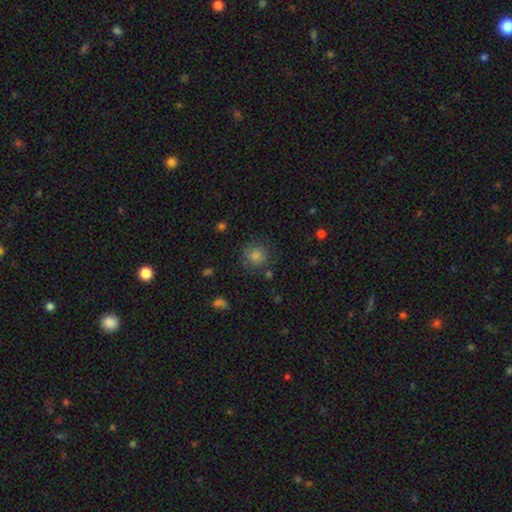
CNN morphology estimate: Smooth or featured?
  - smooth: 76% *
  - star or artifact: 16%
  - featured or disk: 8%
How rounded?
  - round: 91% *
  - in between: 8%
  - cigar-shaped: 1%
Merging?
  - none: 81% *
  - minor disturbance: 12%
  - major disturbance: 4%
  - merger: 2%